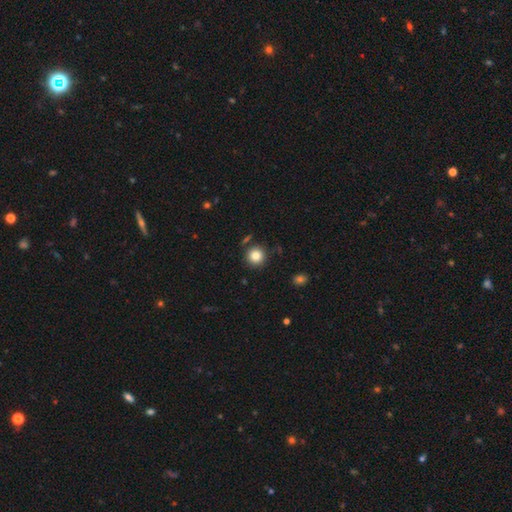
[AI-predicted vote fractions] Smooth or featured? smooth (83%)
How rounded? round (94%)
Merging? none (87%)